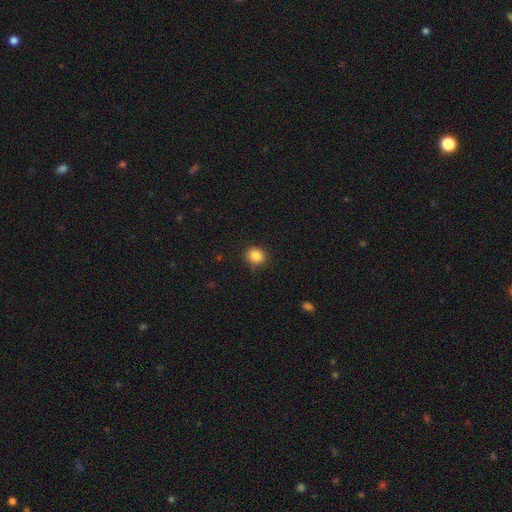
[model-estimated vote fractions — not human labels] Smooth or featured?
  - smooth: 86% *
  - star or artifact: 10%
  - featured or disk: 4%
How rounded?
  - round: 74% *
  - in between: 25%
  - cigar-shaped: 1%
Merging?
  - none: 84% *
  - minor disturbance: 12%
  - major disturbance: 3%
  - merger: 1%